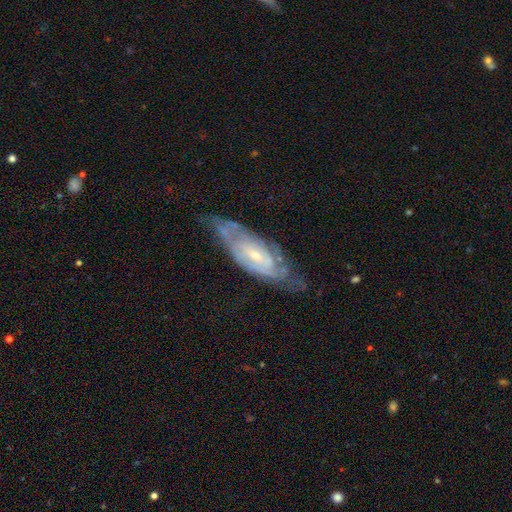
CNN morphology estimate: Overall: featured or disk (78%). Edge-on disk: no (81%). Bar: no (49%; weak 40%). Spiral arms: yes (83%). Spiral arm count: can't tell (52%; 2 32%). Spiral winding: tight (58%; medium 32%). Bulge size: small (62%; moderate 33%). Merging: none (61%; minor disturbance 26%).